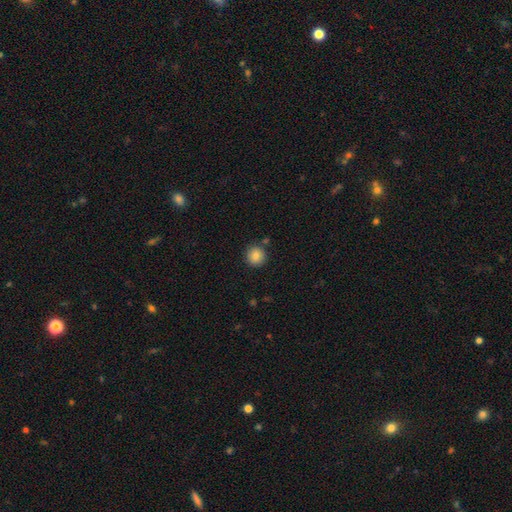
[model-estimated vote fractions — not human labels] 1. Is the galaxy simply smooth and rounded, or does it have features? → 85% smooth, 9% star or artifact, 5% featured or disk.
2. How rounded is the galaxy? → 94% round, 5% in between, 1% cigar-shaped.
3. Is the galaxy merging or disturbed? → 85% none, 8% minor disturbance, 5% merger, 2% major disturbance.